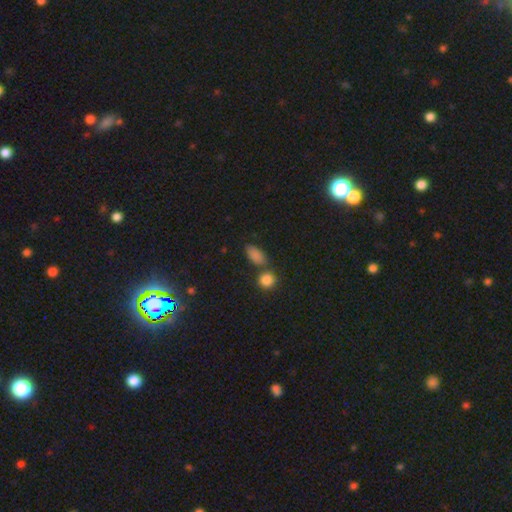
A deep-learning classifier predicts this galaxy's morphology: smooth-or-featured: smooth: 68% | star or artifact: 25% | featured or disk: 7%
  how-rounded: in between: 77% | round: 15% | cigar-shaped: 7%
  merging: none: 64% | merger: 20% | minor disturbance: 12% | major disturbance: 4%